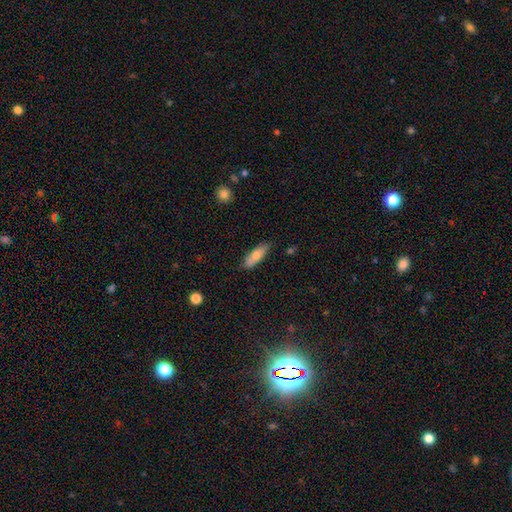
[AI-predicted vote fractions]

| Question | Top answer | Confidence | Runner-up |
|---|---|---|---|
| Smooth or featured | smooth | 76% | featured or disk (18%) |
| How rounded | in between | 50% | cigar-shaped (48%) |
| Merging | none | 81% | minor disturbance (15%) |